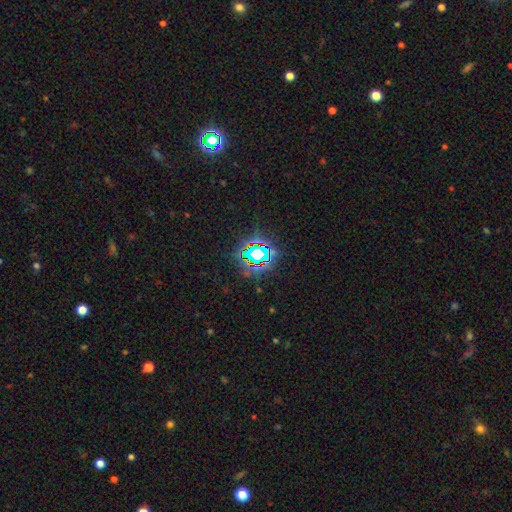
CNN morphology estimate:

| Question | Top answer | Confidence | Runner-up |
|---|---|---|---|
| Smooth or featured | star or artifact | 70% | smooth (18%) |